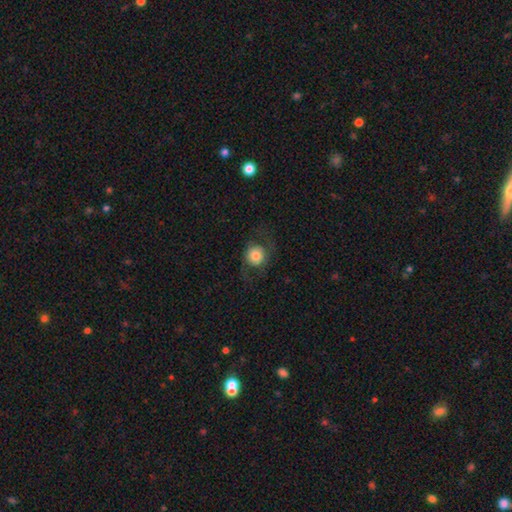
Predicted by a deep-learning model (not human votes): The model was most divided on "smooth or featured": smooth: 63%, featured or disk: 28%, star or artifact: 9%. More confident: how rounded — round (87%); merging — none (68%).